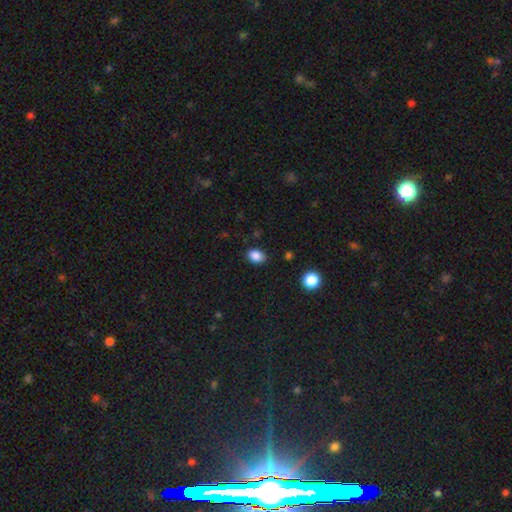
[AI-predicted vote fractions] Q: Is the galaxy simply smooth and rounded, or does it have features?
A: smooth — 86%.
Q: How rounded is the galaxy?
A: in between — 70%.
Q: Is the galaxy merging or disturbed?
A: none — 84%.